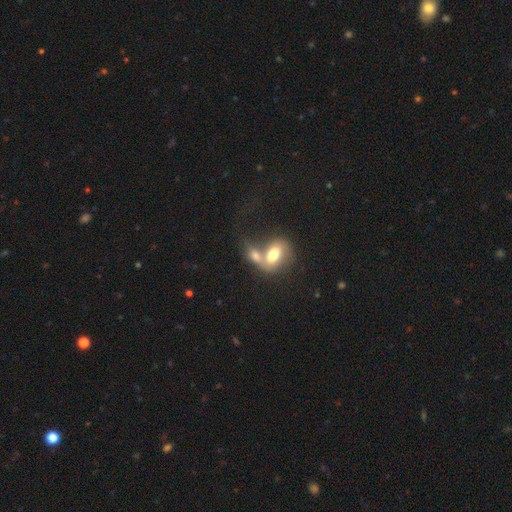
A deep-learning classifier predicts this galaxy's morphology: smooth 66%, featured or disk 26%, star or artifact 8%. Down the decision tree: how rounded — in between (77%); merging — merger (69%).